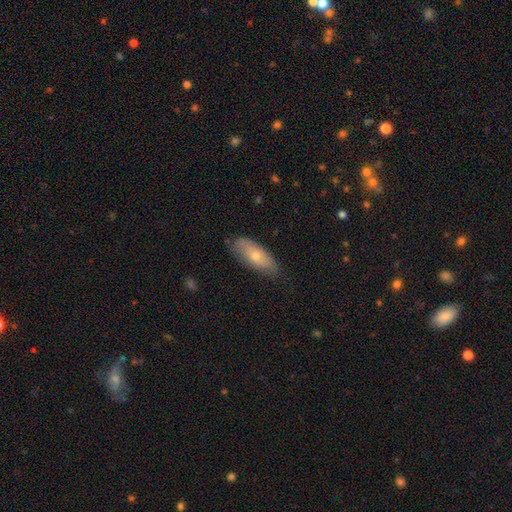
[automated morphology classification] Smooth or featured: smooth — 68% (featured or disk — 26%)
How rounded: in between — 76% (cigar-shaped — 21%)
Merging: none — 70% (minor disturbance — 24%)